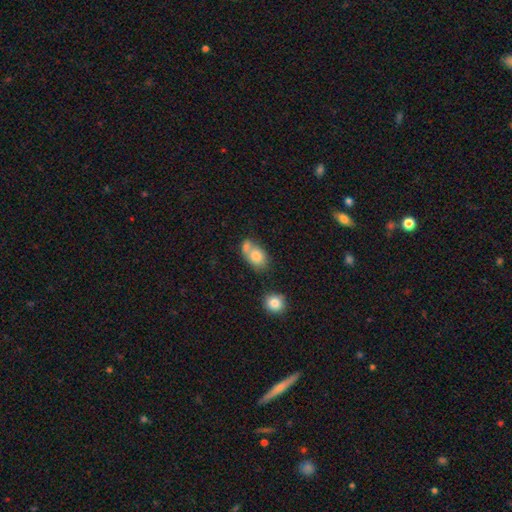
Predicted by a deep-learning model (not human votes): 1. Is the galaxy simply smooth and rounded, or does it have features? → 77% smooth, 14% featured or disk, 8% star or artifact.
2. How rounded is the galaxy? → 72% in between, 27% round, 2% cigar-shaped.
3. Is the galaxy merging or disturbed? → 46% merger, 33% none, 14% minor disturbance, 6% major disturbance.